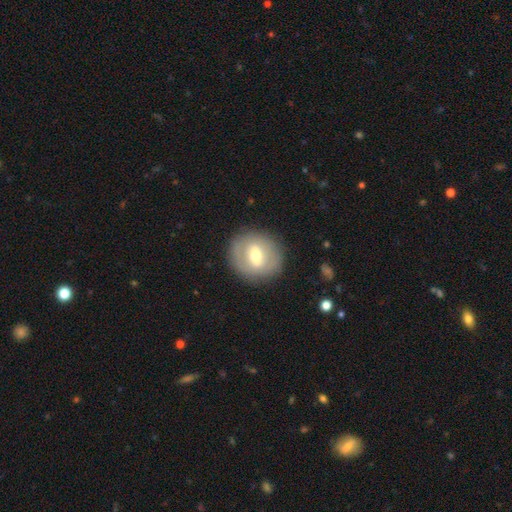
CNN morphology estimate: Smooth or featured: featured or disk — 48% (smooth — 44%)
Merging: none — 84% (minor disturbance — 10%)